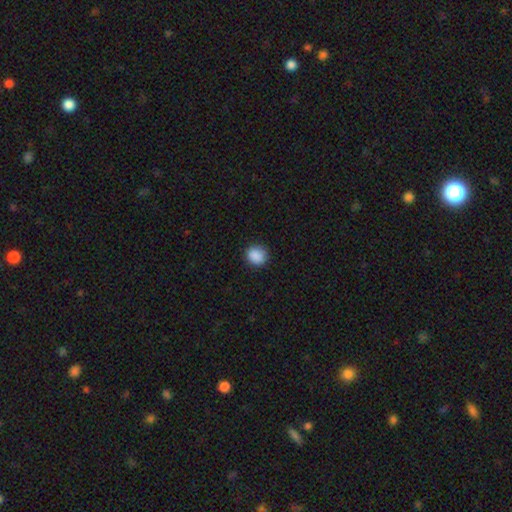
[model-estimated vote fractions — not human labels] Smooth or featured?
  - smooth: 88% *
  - star or artifact: 9%
  - featured or disk: 3%
How rounded?
  - round: 78% *
  - in between: 21%
  - cigar-shaped: 1%
Merging?
  - none: 86% *
  - minor disturbance: 11%
  - major disturbance: 2%
  - merger: 1%